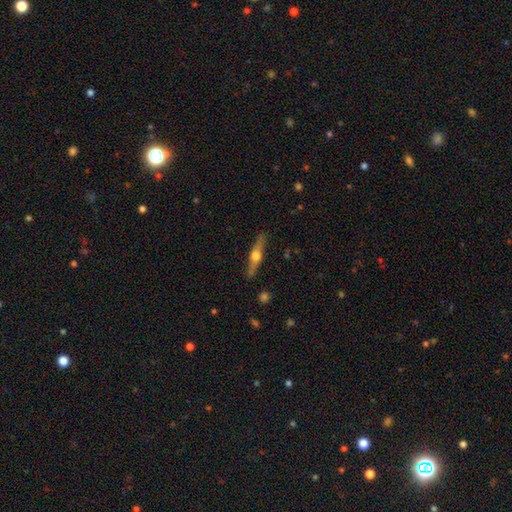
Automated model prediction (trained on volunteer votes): A featured or disk galaxy (67%) viewed edge-on (96%) with a rounded central bulge (94%). Merging: none (87%).